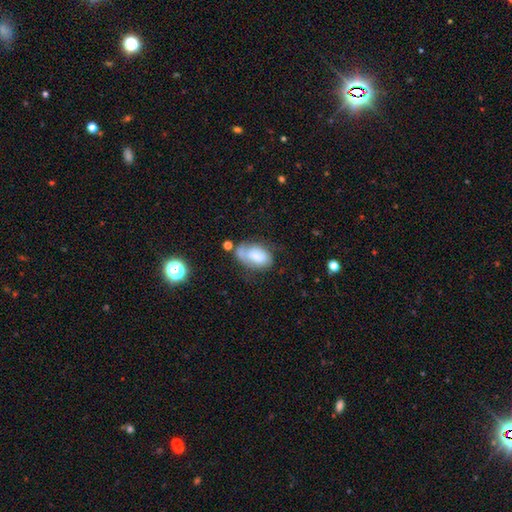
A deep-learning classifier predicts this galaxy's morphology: Smooth or featured? smooth (63%)
How rounded? in between (90%)
Merging? none (38%)